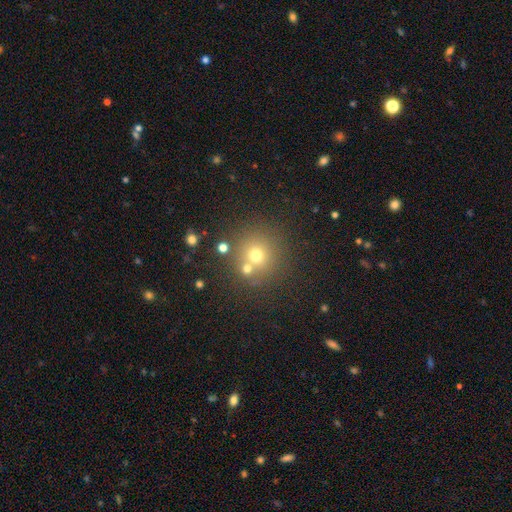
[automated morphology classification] The model was most divided on "smooth or featured": smooth: 67%, star or artifact: 19%, featured or disk: 13%. More confident: how rounded — round (92%); merging — none (69%).